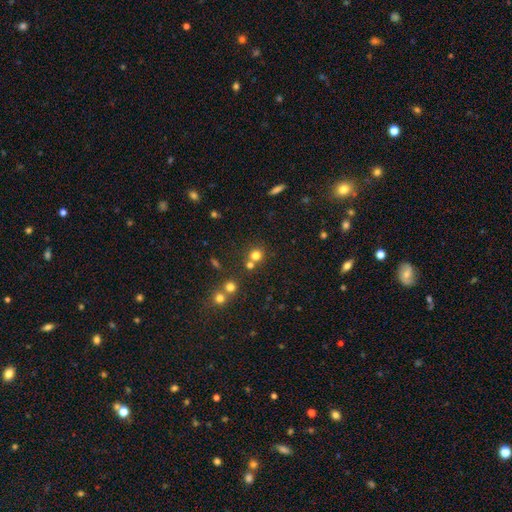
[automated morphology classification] This is likely a smooth galaxy (74%). How rounded: clearly round (88%). Merging: likely none (65%).